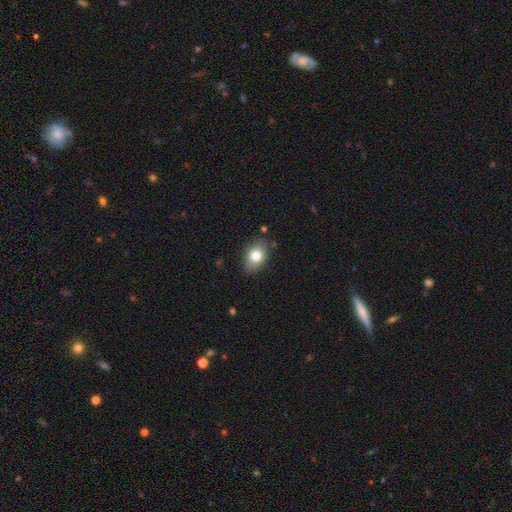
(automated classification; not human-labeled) This appears to be a smooth galaxy with no disk features (78%) that is in between round and cigar-shaped (80%). Merging: none (82%).